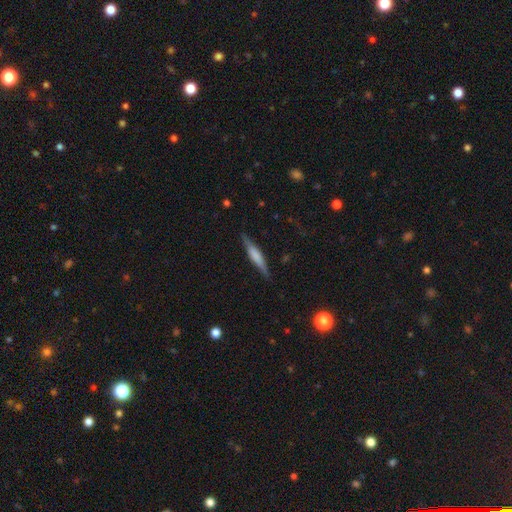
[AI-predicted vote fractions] Smooth or featured? smooth (49%)
Merging? none (85%)